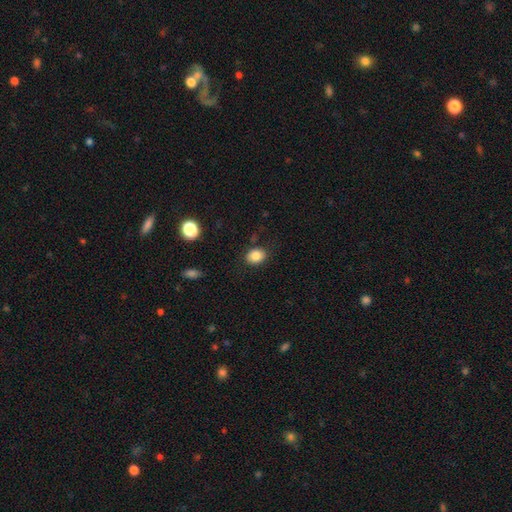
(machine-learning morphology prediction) Smooth or featured? smooth (84%)
How rounded? in between (56%)
Merging? none (82%)